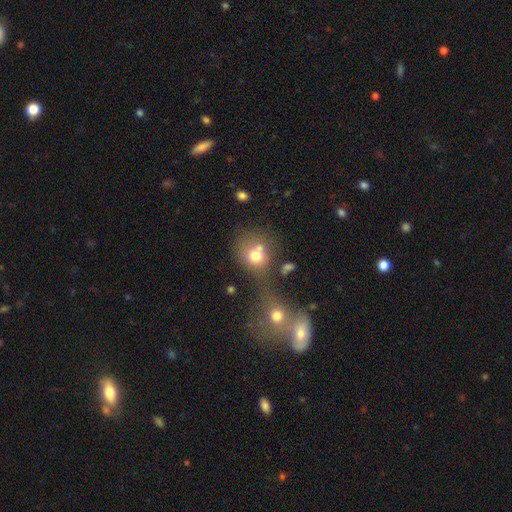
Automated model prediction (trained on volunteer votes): Smooth or featured? smooth (71%)
How rounded? round (70%)
Merging? merger (46%)